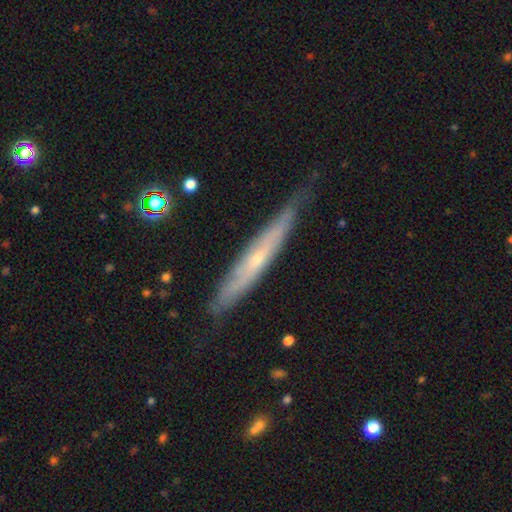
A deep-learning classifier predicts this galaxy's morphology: smooth-or-featured: featured or disk: 64% | smooth: 29% | star or artifact: 7%
  disk-edge-on: yes: 82% | no: 18%
    edge-on-bulge: rounded: 54% | none: 43% | boxy: 3%
  merging: none: 70% | minor disturbance: 25% | major disturbance: 4% | merger: 2%